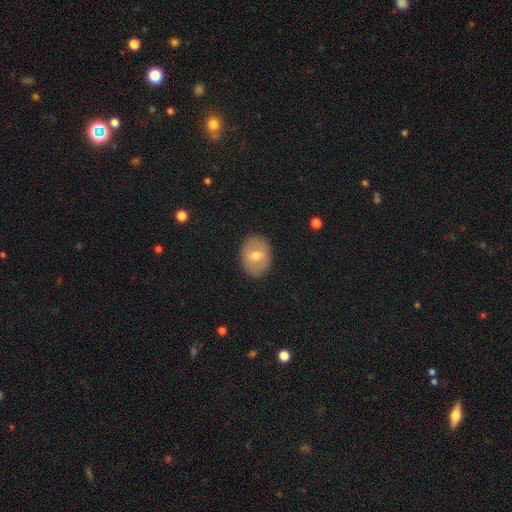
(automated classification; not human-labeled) Overall: smooth (63%; featured or disk 29%). How rounded: in between (61%; round 38%). Merging: none (87%).